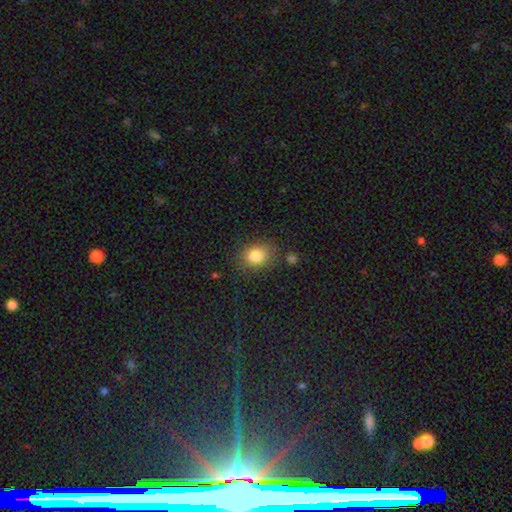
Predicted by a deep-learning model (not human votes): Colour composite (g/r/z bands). It shows a smooth galaxy with no disk features (83%) that is in between round and cigar-shaped (51%). Merging: none (78%).